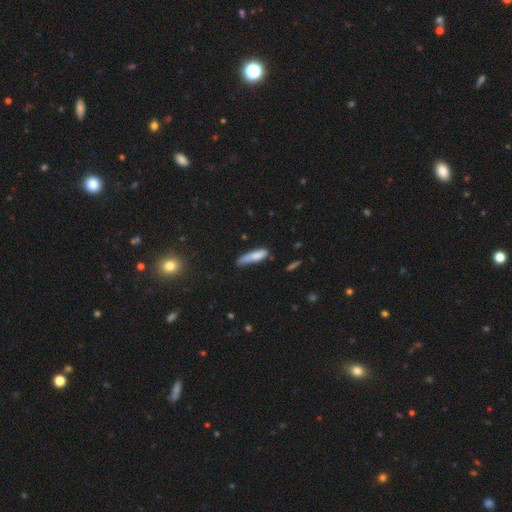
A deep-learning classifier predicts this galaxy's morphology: Q: Smooth or featured?
A: smooth (79%); runner-up: featured or disk (15%)
Q: How rounded?
A: cigar-shaped (74%); runner-up: in between (25%)
Q: Merging?
A: none (49%); runner-up: minor disturbance (36%)